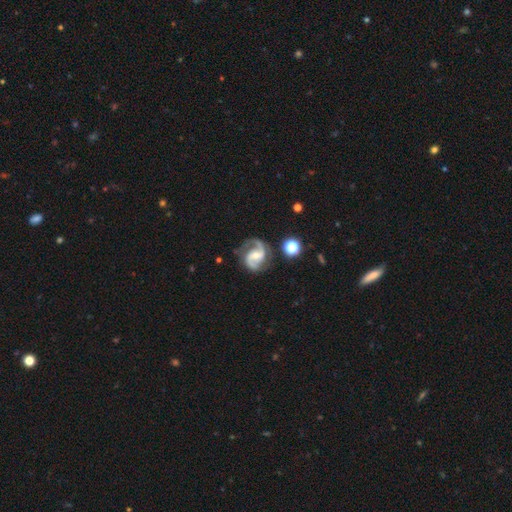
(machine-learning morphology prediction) This is clearly a featured or disk galaxy (90%). It is clearly not viewed edge-on (98%). Bar: marginally weak (42%). Spiral arm pattern: clearly yes (98%). Spiral arm count: clearly 2 (92%). Spiral winding: possibly medium (59%). Central bulge: possibly moderate (48%). Merging: likely none (74%).